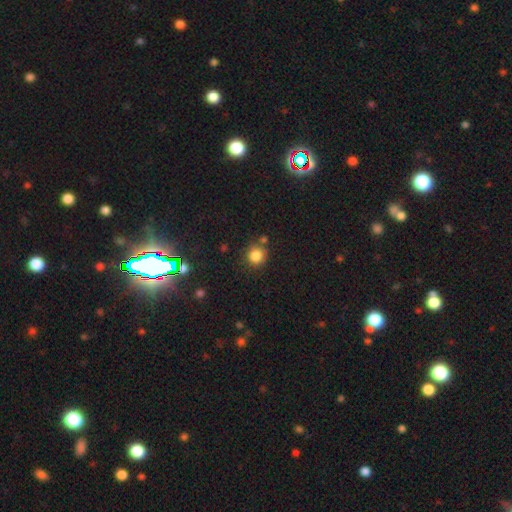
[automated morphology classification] Smooth or featured: smooth — 83% (star or artifact — 12%)
How rounded: round — 90% (in between — 9%)
Merging: none — 76% (minor disturbance — 11%)